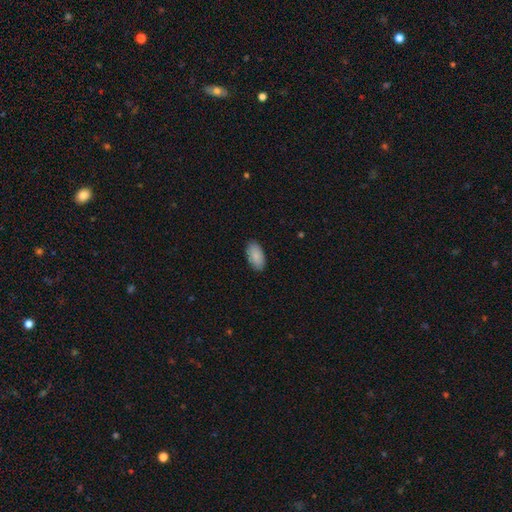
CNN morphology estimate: type=smooth (88%); roundness=in between (95%); merging=none (88%).